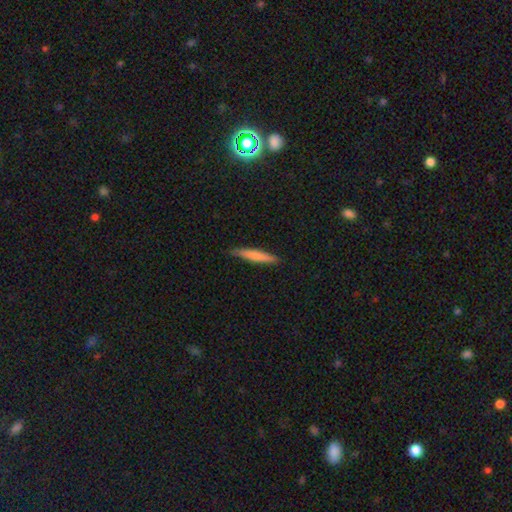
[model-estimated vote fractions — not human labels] Smooth or featured?
  - smooth: 73% *
  - featured or disk: 21%
  - star or artifact: 6%
How rounded?
  - cigar-shaped: 92% *
  - in between: 6%
  - round: 1%
Merging?
  - none: 85% *
  - minor disturbance: 12%
  - major disturbance: 2%
  - merger: 1%